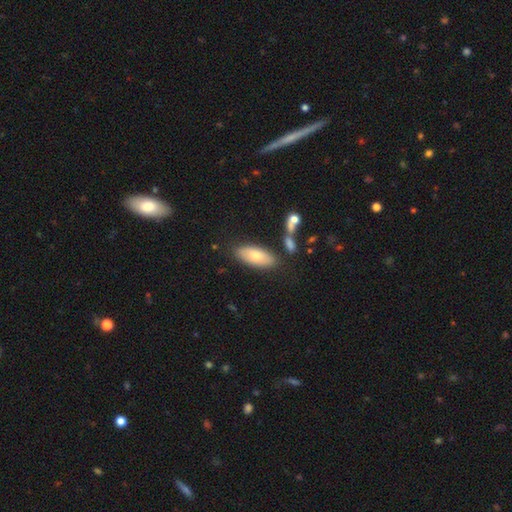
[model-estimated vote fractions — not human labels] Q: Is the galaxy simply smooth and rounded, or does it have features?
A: smooth — 71%.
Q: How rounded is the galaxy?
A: in between — 84%.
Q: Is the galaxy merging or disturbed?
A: none — 78%.